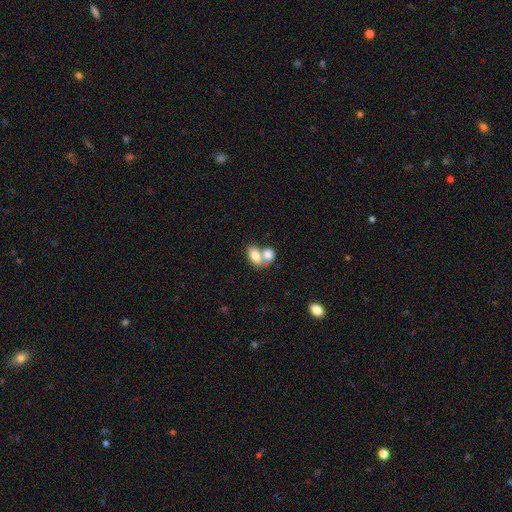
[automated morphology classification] Smooth or featured? Predicted: smooth (p=0.78). How rounded? Predicted: in between (p=0.85). Merging? Predicted: merger (p=0.65).